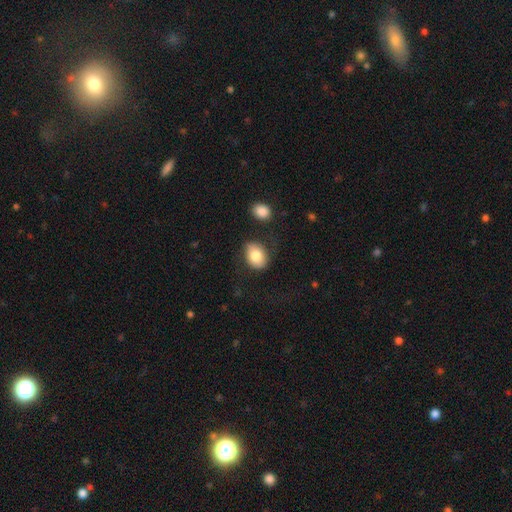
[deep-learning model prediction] Smooth or featured?
  - smooth: 80% *
  - featured or disk: 13%
  - star or artifact: 7%
How rounded?
  - in between: 69% *
  - round: 30%
  - cigar-shaped: 1%
Merging?
  - none: 70% *
  - minor disturbance: 19%
  - major disturbance: 7%
  - merger: 4%